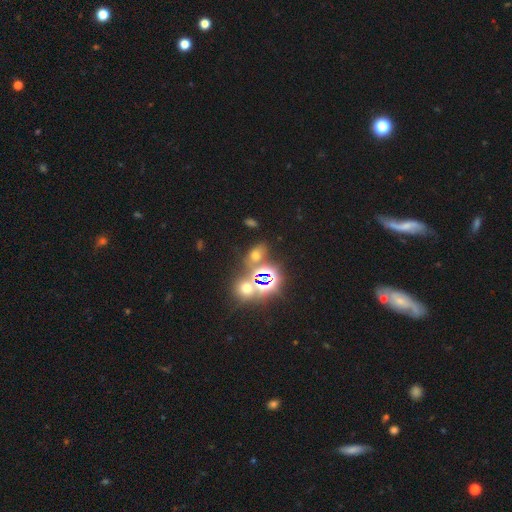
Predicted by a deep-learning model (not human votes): A star or artifact, not a galaxy (46%).

Vote fractions:
- Smooth or featured? star or artifact: 46% / smooth: 43% / featured or disk: 10%